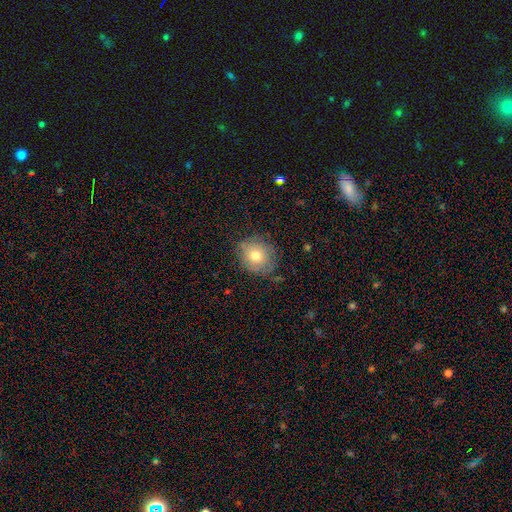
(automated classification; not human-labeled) A smooth galaxy with no disk features (73%) that is round (82%). Merging: none (78%).